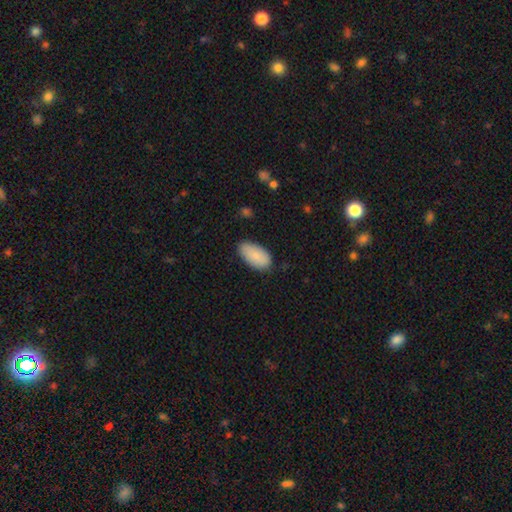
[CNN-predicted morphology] smooth_or_featured: smooth (p=0.86) [alt: featured or disk p=0.08]
how_rounded: in between (p=0.95) [alt: cigar-shaped p=0.03]
merging: none (p=0.80) [alt: minor disturbance p=0.16]